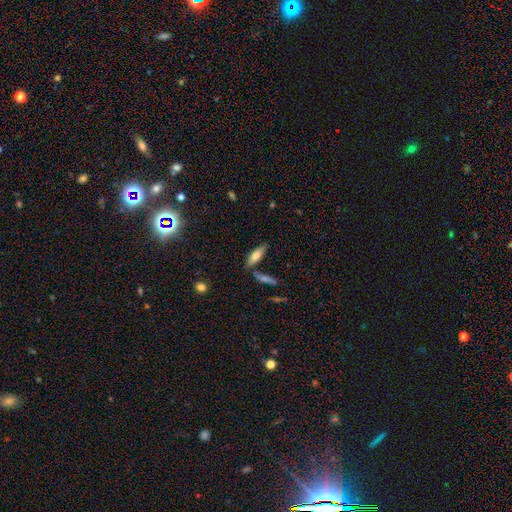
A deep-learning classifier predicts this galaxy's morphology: smooth-or-featured: smooth: 68% | featured or disk: 24% | star or artifact: 7%
  how-rounded: cigar-shaped: 49% (tied) | in between: 49% (tied) | round: 2%
  merging: none: 69% | minor disturbance: 14% | merger: 13% | major disturbance: 4%